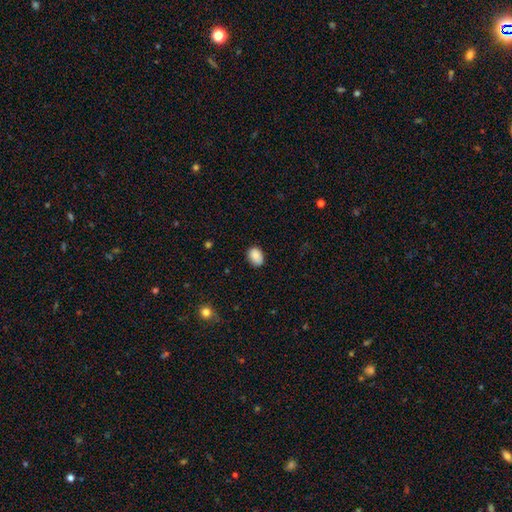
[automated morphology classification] Smooth or featured? Predicted: smooth (p=0.87). How rounded? Predicted: in between (p=0.72). Merging? Predicted: none (p=0.79).